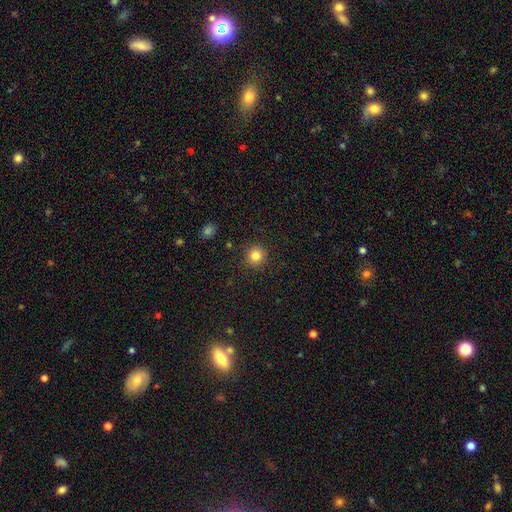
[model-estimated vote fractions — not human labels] A smooth galaxy with no disk features (83%) that is round (94%). Merging: none (90%).